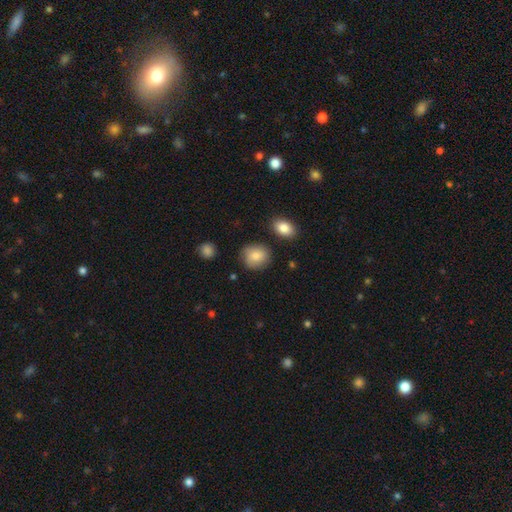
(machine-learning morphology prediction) A smooth galaxy with no disk features (80%) that is round (78%). Merging: none (80%).